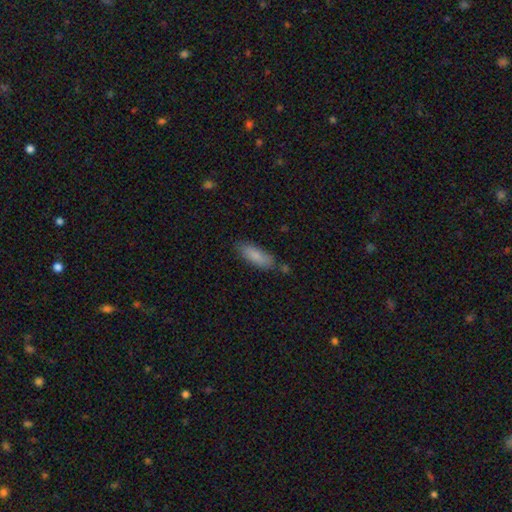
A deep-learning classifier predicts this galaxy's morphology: The model was most divided on "how rounded": in between: 60%, cigar-shaped: 38%, round: 2%. More confident: smooth or featured — smooth (86%); merging — none (75%).